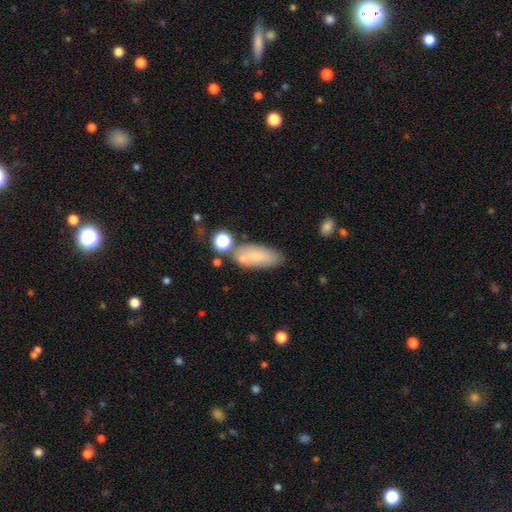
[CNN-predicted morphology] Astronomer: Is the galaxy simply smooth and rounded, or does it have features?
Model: smooth — 73%.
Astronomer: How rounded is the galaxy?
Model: in between — 79%.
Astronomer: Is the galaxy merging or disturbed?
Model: none — 62%.